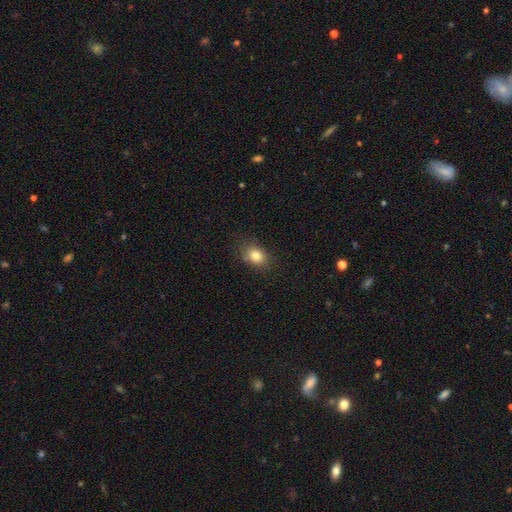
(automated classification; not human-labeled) Smooth or featured? Predicted: smooth (p=0.83). How rounded? Predicted: in between (p=0.67). Merging? Predicted: none (p=0.84).